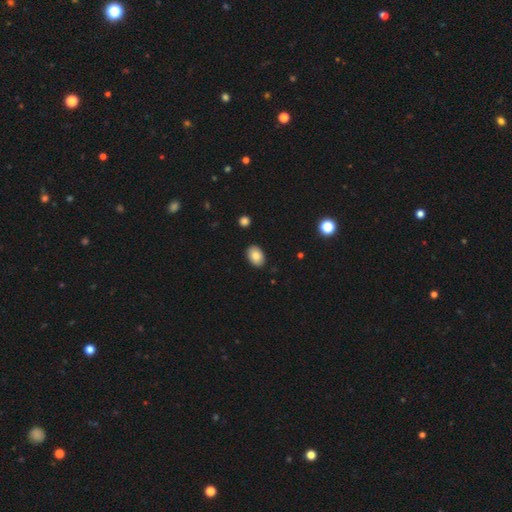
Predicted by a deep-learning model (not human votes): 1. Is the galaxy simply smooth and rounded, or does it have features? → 83% smooth, 9% featured or disk, 8% star or artifact.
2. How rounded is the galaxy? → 86% in between, 13% round, 1% cigar-shaped.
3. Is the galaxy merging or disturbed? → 89% none, 8% minor disturbance, 2% major disturbance, 1% merger.